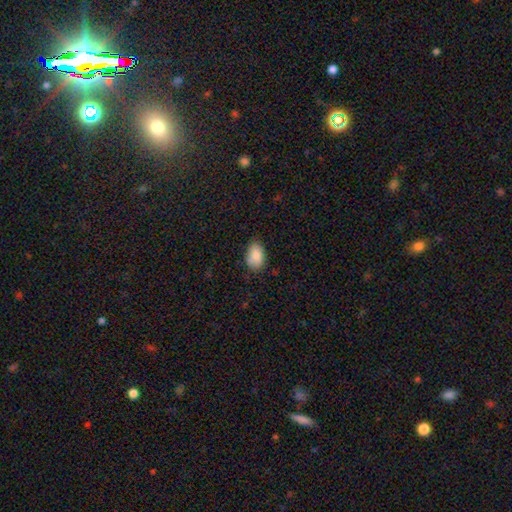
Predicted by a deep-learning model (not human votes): This is clearly a smooth galaxy (85%). How rounded: clearly in between (90%). Merging: likely none (80%).